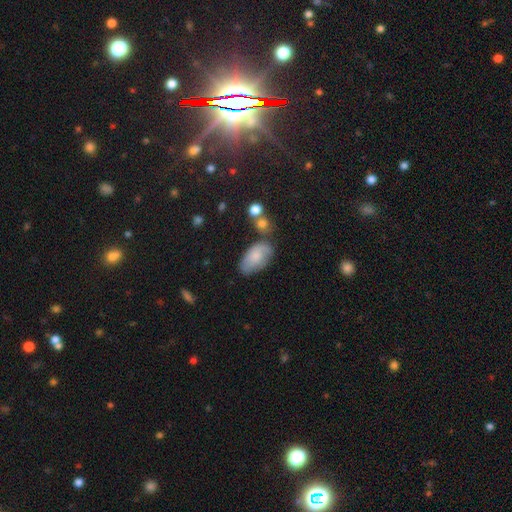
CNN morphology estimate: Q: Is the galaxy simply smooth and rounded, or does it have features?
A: smooth — 72%.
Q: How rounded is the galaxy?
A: in between — 93%.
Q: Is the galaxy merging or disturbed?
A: none — 53%.